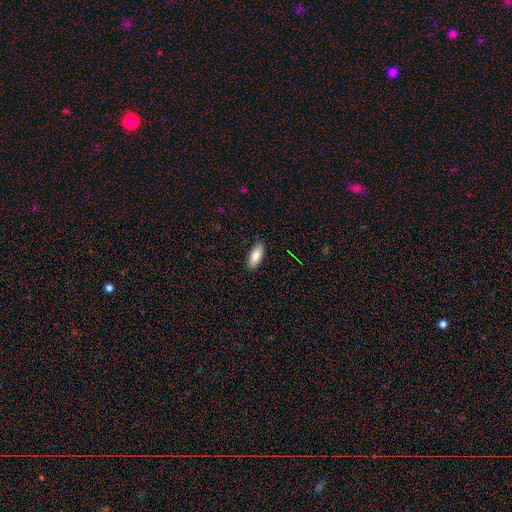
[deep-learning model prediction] smooth-or-featured: smooth: 85% | featured or disk: 9% | star or artifact: 6%
  how-rounded: in between: 81% | cigar-shaped: 17% | round: 2%
  merging: none: 88% | minor disturbance: 9% | major disturbance: 2% | merger: 1%